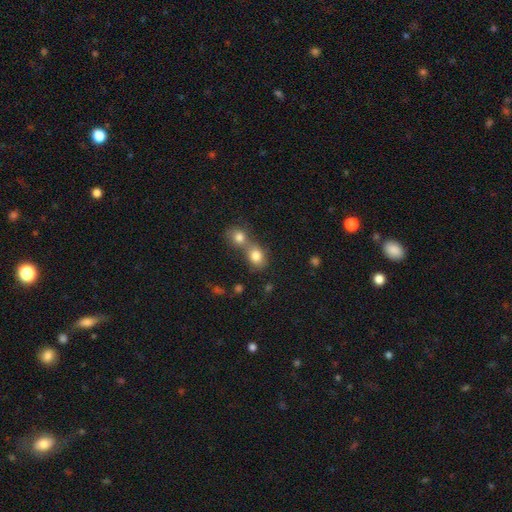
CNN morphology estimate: The model was most divided on "how rounded": round: 51%, in between: 47%, cigar-shaped: 2%. More confident: smooth or featured — smooth (81%); merging — merger (62%).